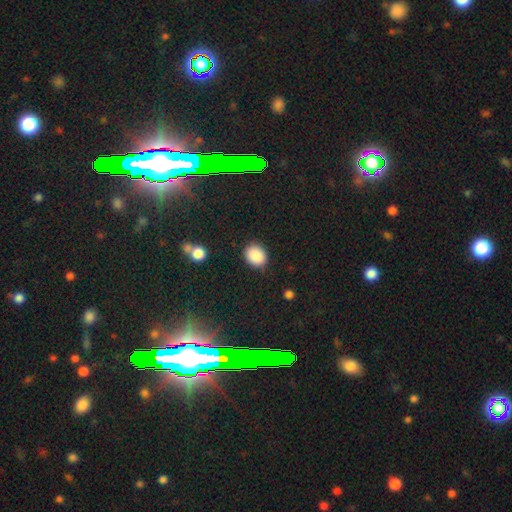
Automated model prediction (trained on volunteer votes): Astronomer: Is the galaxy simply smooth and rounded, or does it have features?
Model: smooth — 88%.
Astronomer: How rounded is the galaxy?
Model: in between — 53% (runner-up: round, 46%).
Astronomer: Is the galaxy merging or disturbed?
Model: none — 85%.